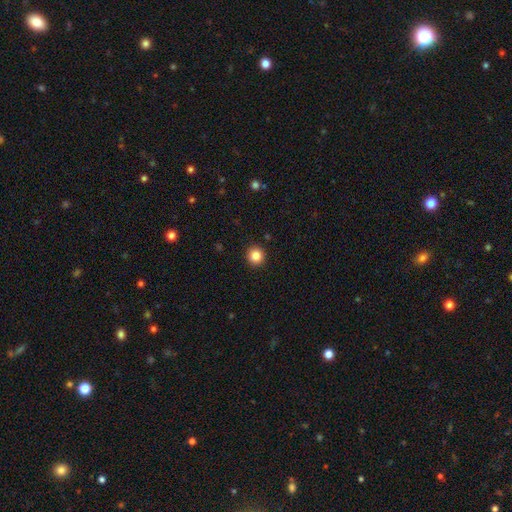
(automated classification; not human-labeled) Smooth or featured?
  - smooth: 84% *
  - star or artifact: 11%
  - featured or disk: 5%
How rounded?
  - round: 94% *
  - in between: 5%
  - cigar-shaped: 1%
Merging?
  - none: 93% *
  - minor disturbance: 5%
  - major disturbance: 2%
  - merger: 1%